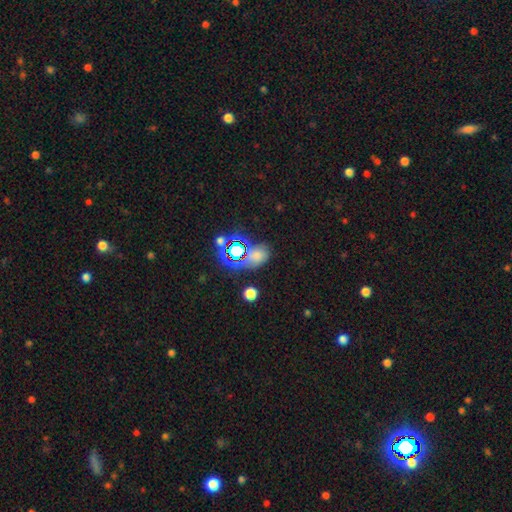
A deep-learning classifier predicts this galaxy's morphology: type=smooth (51%); roundness=in between (63%); merging=none (60%).